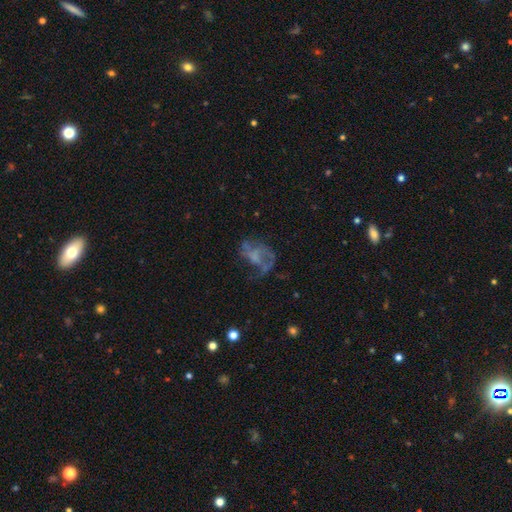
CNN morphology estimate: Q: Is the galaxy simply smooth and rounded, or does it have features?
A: featured or disk — 62%.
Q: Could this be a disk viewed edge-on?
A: no — 98%.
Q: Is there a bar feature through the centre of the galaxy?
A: no — 73%.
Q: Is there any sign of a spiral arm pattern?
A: yes — 52%.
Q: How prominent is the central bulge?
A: none — 60%.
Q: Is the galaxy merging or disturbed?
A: major disturbance — 41%.